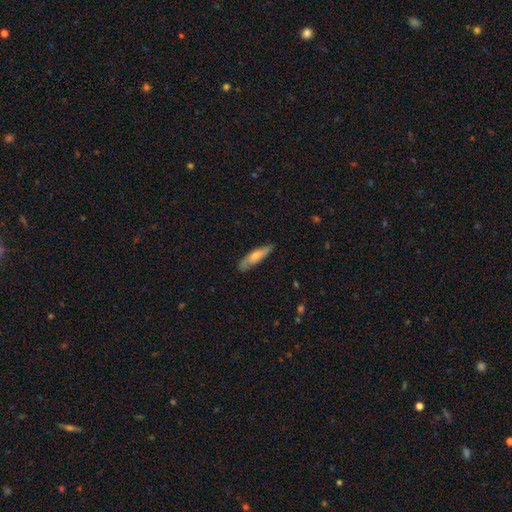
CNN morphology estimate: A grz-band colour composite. It shows a smooth galaxy with no disk features (58%) that is cigar-shaped (74%). Merging: none (83%).